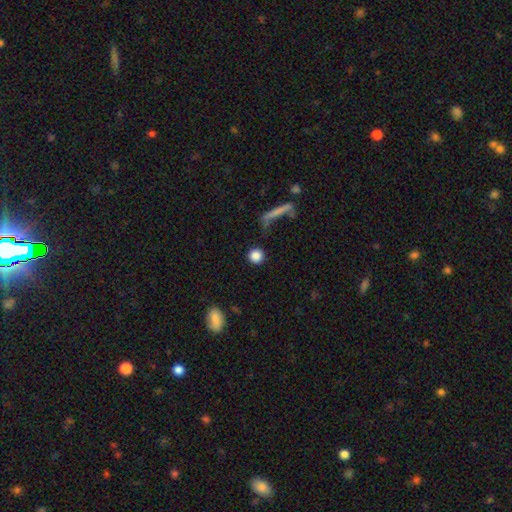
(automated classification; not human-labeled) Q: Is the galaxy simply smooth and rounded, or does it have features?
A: smooth — 86%.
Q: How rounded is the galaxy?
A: round — 93%.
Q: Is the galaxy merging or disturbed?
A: none — 86%.